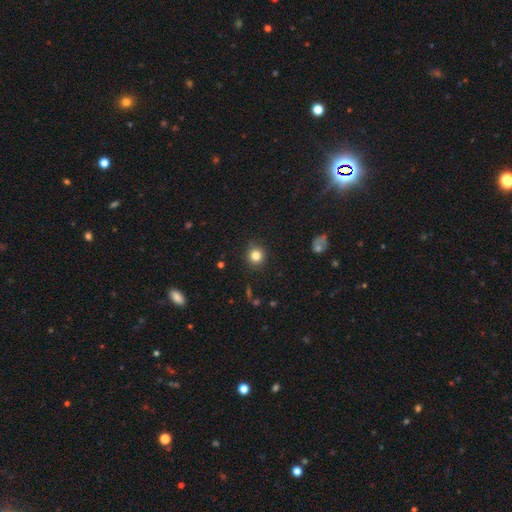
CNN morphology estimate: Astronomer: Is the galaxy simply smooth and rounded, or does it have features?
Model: smooth — 83%.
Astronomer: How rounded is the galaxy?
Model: round — 90%.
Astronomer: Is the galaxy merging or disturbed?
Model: none — 89%.